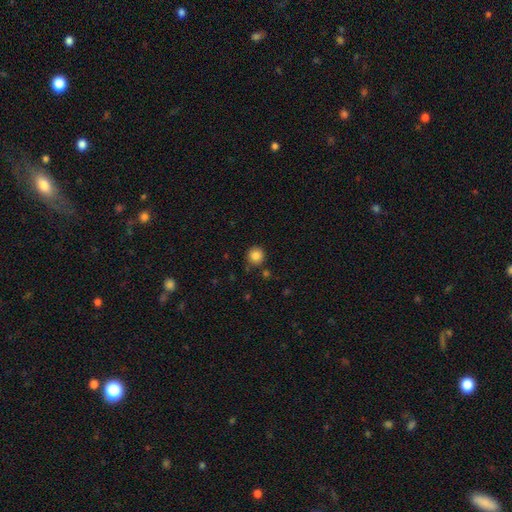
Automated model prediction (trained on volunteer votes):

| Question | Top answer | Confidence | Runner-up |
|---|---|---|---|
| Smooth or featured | smooth | 85% | star or artifact (10%) |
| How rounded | round | 93% | in between (6%) |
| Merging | none | 83% | minor disturbance (10%) |